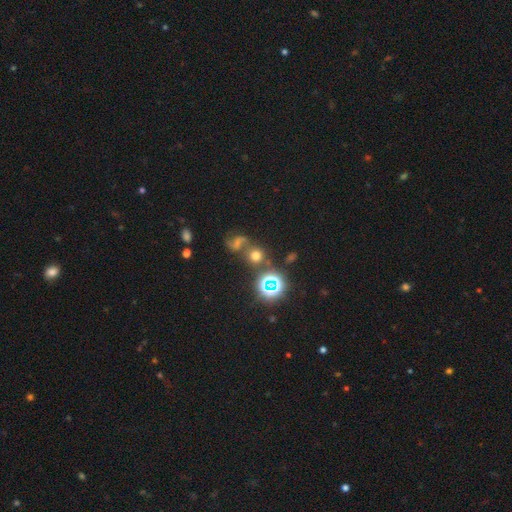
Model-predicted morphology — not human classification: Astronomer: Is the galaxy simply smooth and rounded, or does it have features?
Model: smooth — 54% (runner-up: star or artifact, 33%).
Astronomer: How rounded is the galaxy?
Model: round — 85%.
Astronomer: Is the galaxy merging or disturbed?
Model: none — 56%.